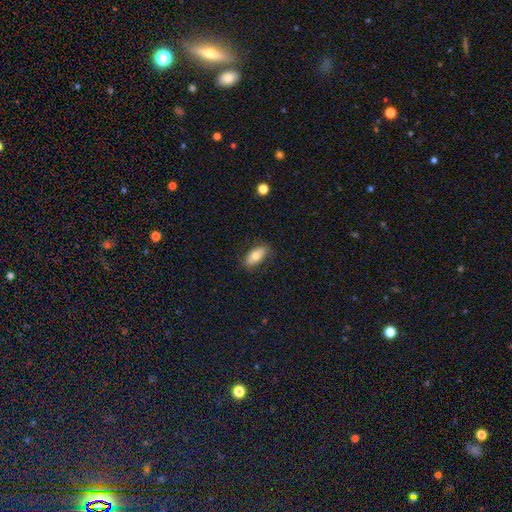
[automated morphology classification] A smooth galaxy with no disk features (74%) that is in between round and cigar-shaped (87%). Merging: none (80%).